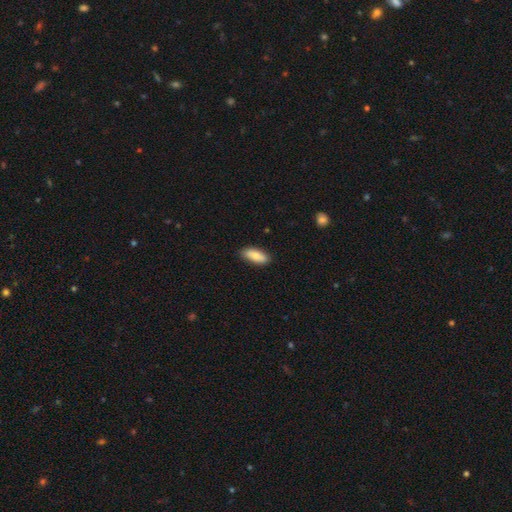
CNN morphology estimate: A smooth galaxy with no disk features (83%) that is in between round and cigar-shaped (80%). Merging: none (87%).